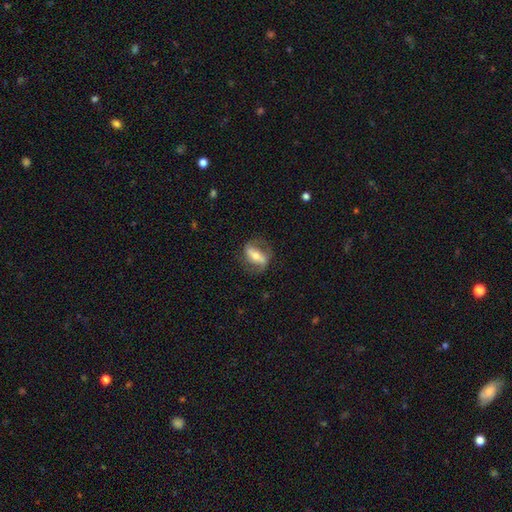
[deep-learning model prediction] Smooth or featured? featured or disk (70%)
Edge-on disk? no (88%)
Bar? strong (64%)
Spiral arms? yes (74%)
Bulge size? moderate (57%)
Merging? none (72%)